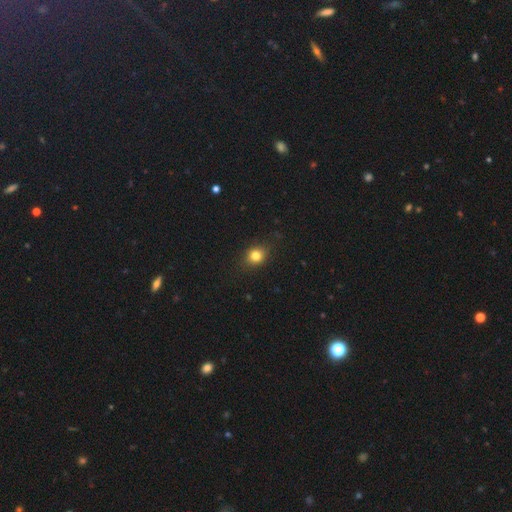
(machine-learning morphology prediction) The model was most divided on "how rounded": round: 64%, in between: 35%, cigar-shaped: 1%. More confident: merging — none (85%); smooth or featured — smooth (81%).